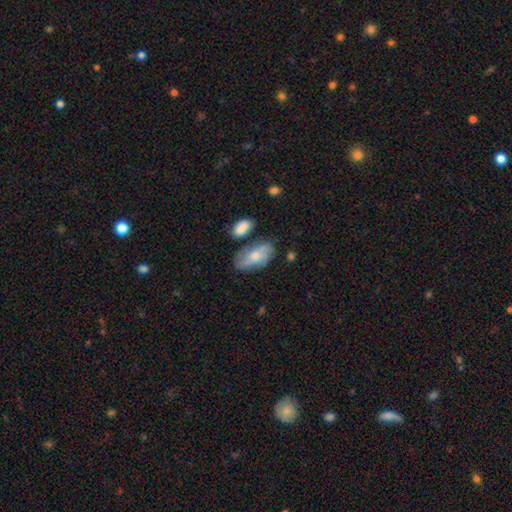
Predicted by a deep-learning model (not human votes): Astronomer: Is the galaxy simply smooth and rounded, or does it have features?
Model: smooth — 50% (runner-up: featured or disk, 43%).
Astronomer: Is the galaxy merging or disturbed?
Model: none — 60%.